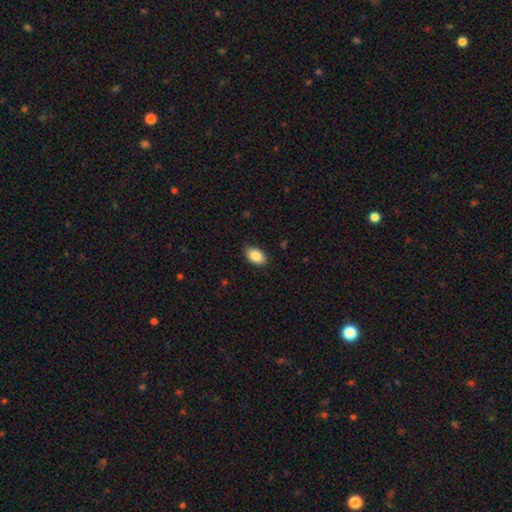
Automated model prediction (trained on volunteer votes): A smooth galaxy with no disk features (88%) that is in between round and cigar-shaped (92%). Merging: none (86%).